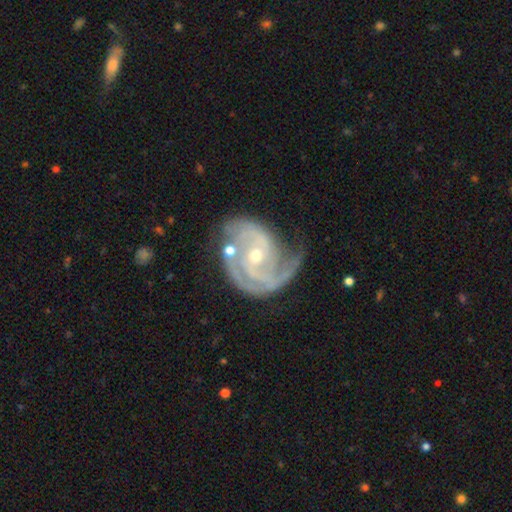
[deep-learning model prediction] Overall: featured or disk (90%). Edge-on disk: no (98%). Bar: no (51%; weak 36%). Spiral arms: yes (97%). Spiral arm count: 2 (47%; 3 22%). Spiral winding: tight (50%; medium 40%). Bulge size: small (58%; moderate 39%). Merging: none (46%; minor disturbance 28%).